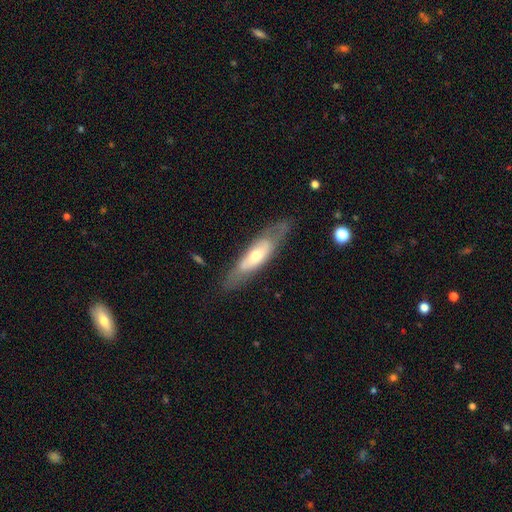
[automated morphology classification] A featured or disk galaxy (56%).

Vote fractions:
- Smooth or featured? featured or disk: 56% / smooth: 38% / star or artifact: 6%
- Edge-on disk? no: 61% / yes: 39%
- Merging? none: 72% / minor disturbance: 19% / major disturbance: 8% / merger: 2%